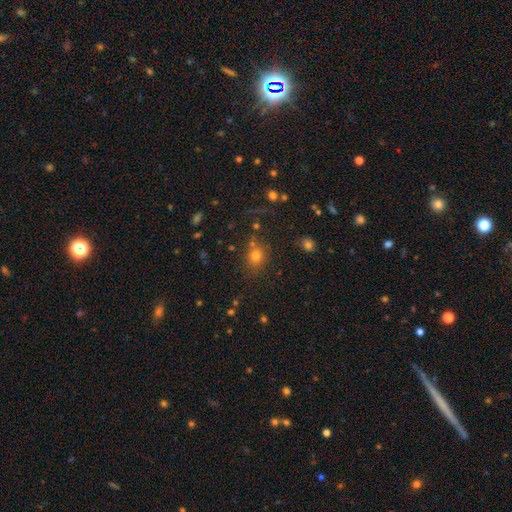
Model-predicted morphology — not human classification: smooth_or_featured: smooth (p=0.70) [alt: star or artifact p=0.22]
how_rounded: round (p=0.77) [alt: in between p=0.22]
merging: none (p=0.74) [alt: minor disturbance p=0.12]